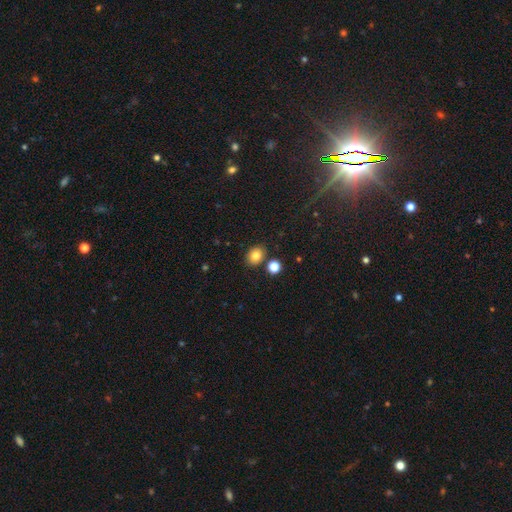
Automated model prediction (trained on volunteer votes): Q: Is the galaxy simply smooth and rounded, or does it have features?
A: smooth — 82%.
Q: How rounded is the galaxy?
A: round — 55%.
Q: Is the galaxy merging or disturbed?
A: none — 81%.